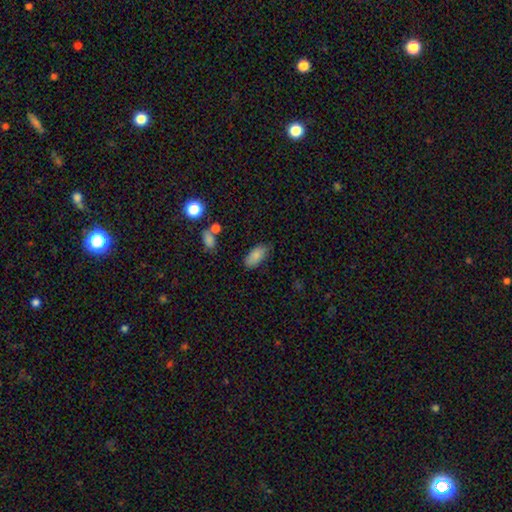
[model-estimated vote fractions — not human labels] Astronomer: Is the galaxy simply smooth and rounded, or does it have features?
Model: smooth — 84%.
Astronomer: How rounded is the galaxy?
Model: in between — 90%.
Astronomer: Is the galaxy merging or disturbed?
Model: none — 74%.